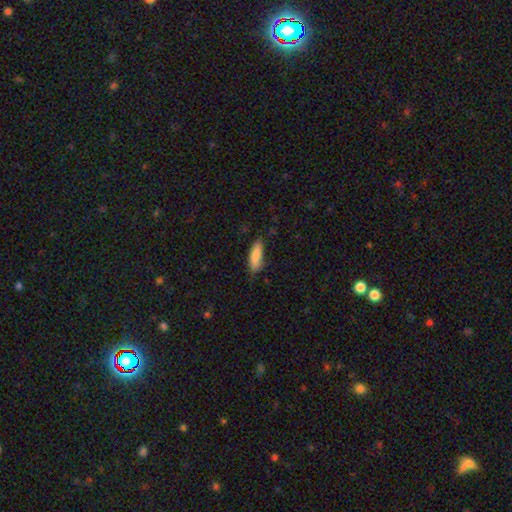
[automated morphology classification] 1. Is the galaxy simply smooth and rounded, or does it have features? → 84% smooth, 10% featured or disk, 6% star or artifact.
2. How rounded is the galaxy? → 54% in between, 45% cigar-shaped, 2% round.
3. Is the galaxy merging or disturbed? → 72% none, 22% minor disturbance, 4% major disturbance, 2% merger.